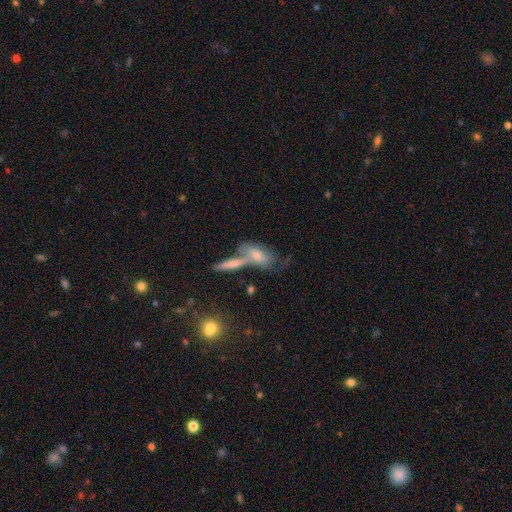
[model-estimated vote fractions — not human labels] Smooth or featured?
  - smooth: 57% *
  - featured or disk: 34%
  - star or artifact: 9%
How rounded?
  - in between: 69% *
  - cigar-shaped: 26%
  - round: 5%
Merging?
  - merger: 49% *
  - none: 31%
  - minor disturbance: 13%
  - major disturbance: 8%